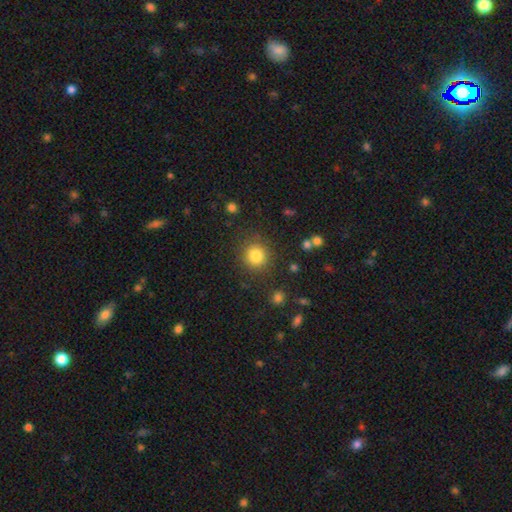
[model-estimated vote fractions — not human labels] This appears to be a smooth galaxy with no disk features (83%) that is round (89%). Merging: none (86%).